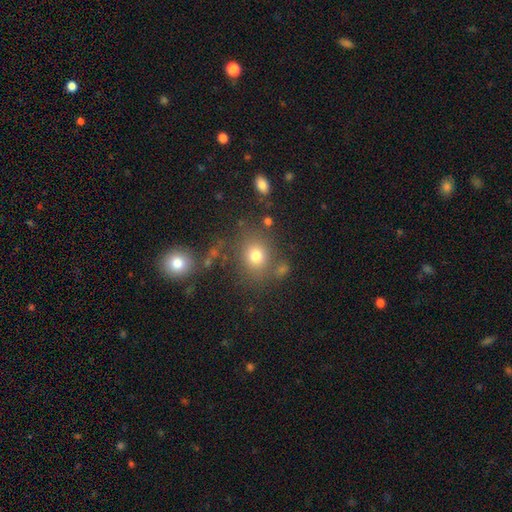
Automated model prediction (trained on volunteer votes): A smooth galaxy with no disk features (75%) that is round (73%). Merging: none (74%).